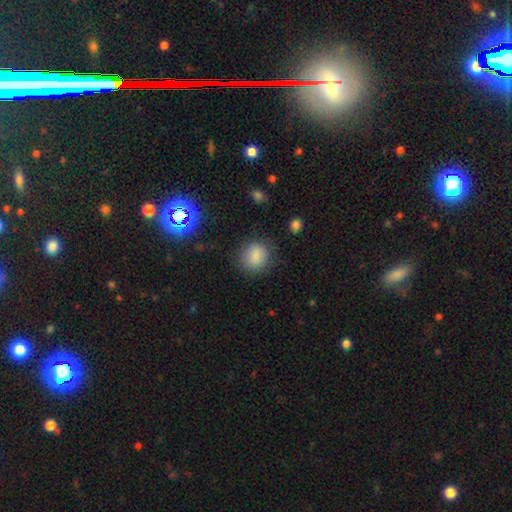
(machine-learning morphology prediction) Overall: smooth (84%). How rounded: round (74%). Merging: none (82%).